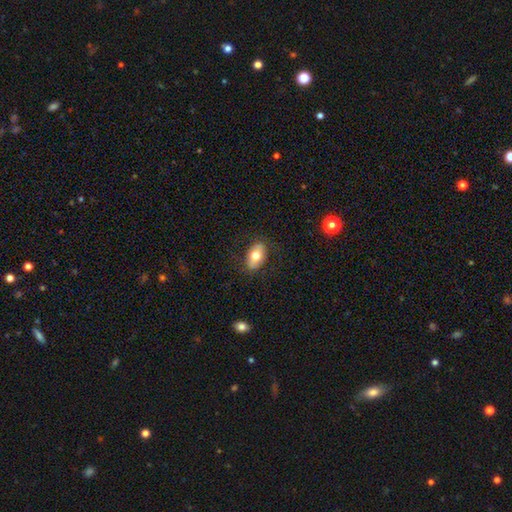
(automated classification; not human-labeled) This is likely a smooth galaxy (70%). How rounded: clearly in between (90%). Merging: clearly none (83%).